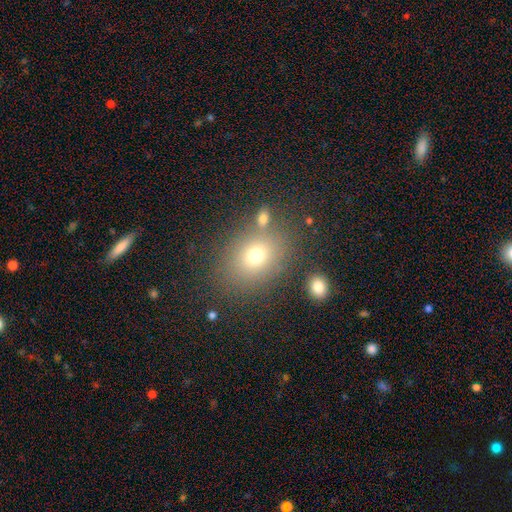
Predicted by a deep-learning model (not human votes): This appears to be a smooth galaxy with no disk features (72%) that is in between round and cigar-shaped (58%). Merging: none (74%).